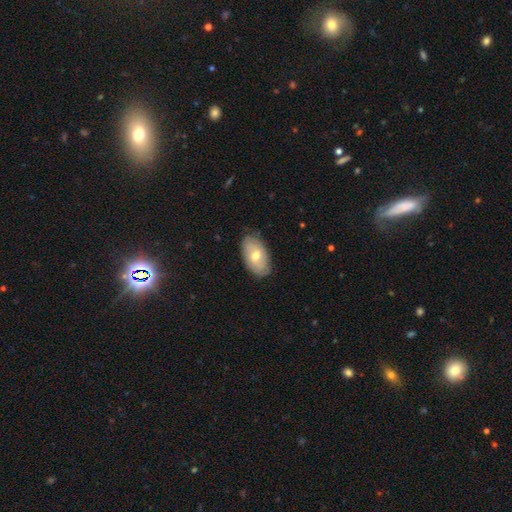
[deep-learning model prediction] A smooth galaxy with no disk features (58%) that is in between round and cigar-shaped (93%). Merging: none (81%).